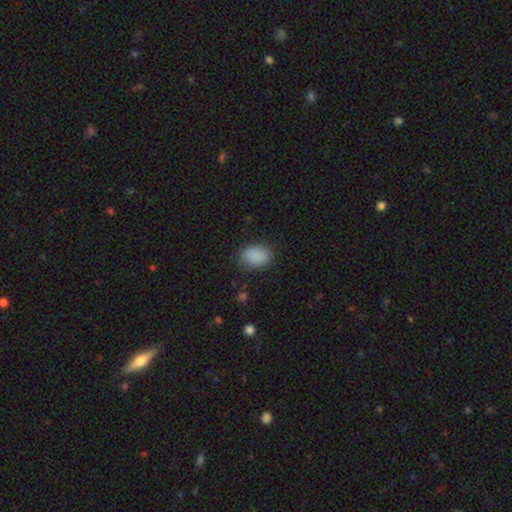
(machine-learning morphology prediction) Smooth or featured?
  - smooth: 88% *
  - star or artifact: 8%
  - featured or disk: 4%
How rounded?
  - in between: 78% *
  - round: 21%
  - cigar-shaped: 1%
Merging?
  - none: 80% *
  - minor disturbance: 15%
  - major disturbance: 4%
  - merger: 1%